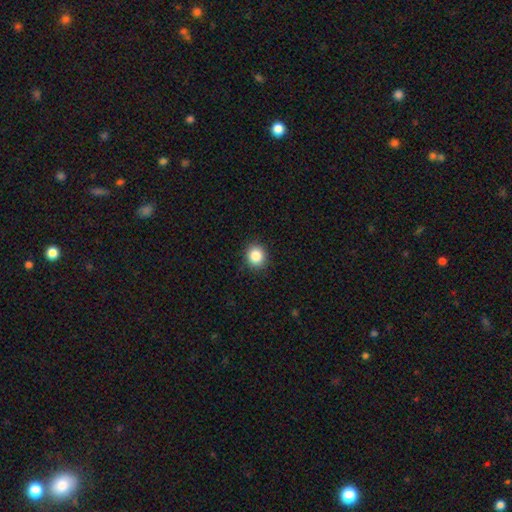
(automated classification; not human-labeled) Smooth or featured? smooth (86%)
How rounded? round (85%)
Merging? none (91%)